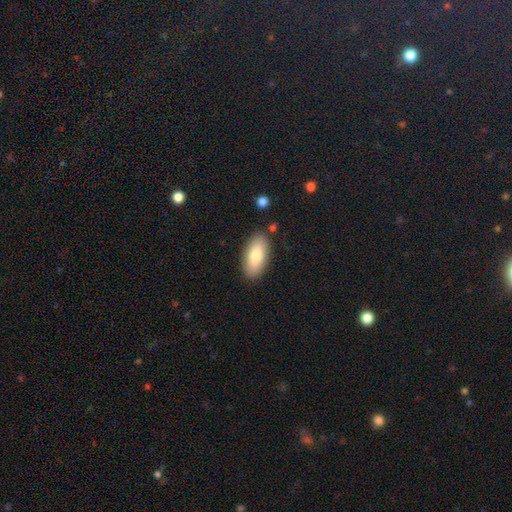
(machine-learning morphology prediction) smooth_or_featured: smooth (p=0.78) [alt: featured or disk p=0.16]
how_rounded: in between (p=0.90) [alt: cigar-shaped p=0.08]
merging: none (p=0.84) [alt: minor disturbance p=0.10]